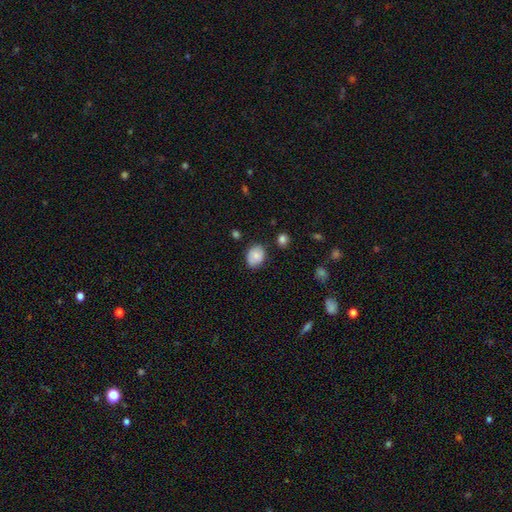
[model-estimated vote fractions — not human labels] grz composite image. It shows a smooth galaxy with no disk features (78%) that is in between round and cigar-shaped (58%). Merging: none (72%).